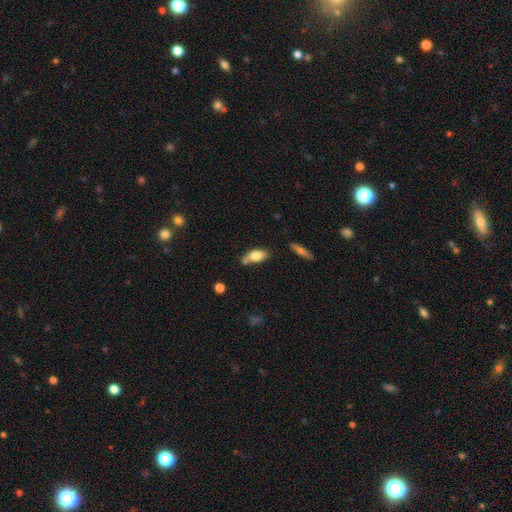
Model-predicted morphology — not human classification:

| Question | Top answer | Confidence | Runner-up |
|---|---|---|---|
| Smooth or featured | smooth | 75% | featured or disk (17%) |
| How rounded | in between | 84% | cigar-shaped (12%) |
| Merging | none | 48% | minor disturbance (26%) |